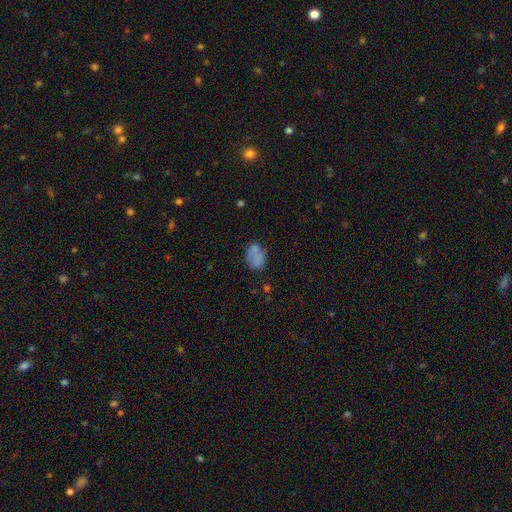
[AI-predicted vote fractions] This is likely a smooth galaxy (71%). How rounded: likely in between (74%). Merging: possibly none (53%).